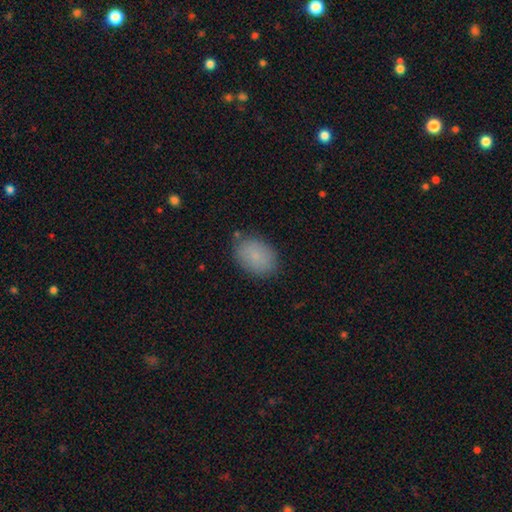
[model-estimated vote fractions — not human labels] Smooth or featured?
  - smooth: 83% *
  - featured or disk: 10%
  - star or artifact: 8%
How rounded?
  - in between: 82% *
  - round: 17%
  - cigar-shaped: 1%
Merging?
  - none: 82% *
  - minor disturbance: 13%
  - major disturbance: 3%
  - merger: 2%